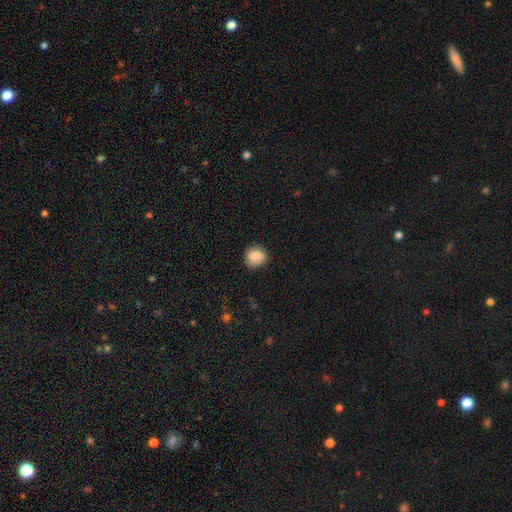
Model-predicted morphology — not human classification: A smooth galaxy with no disk features (84%) that is round (86%).

Vote fractions:
- Smooth or featured? smooth: 84% / star or artifact: 9% / featured or disk: 7%
- How rounded? round: 86% / in between: 13% / cigar-shaped: 1%
- Merging? none: 87% / minor disturbance: 10% / major disturbance: 2% / merger: 1%